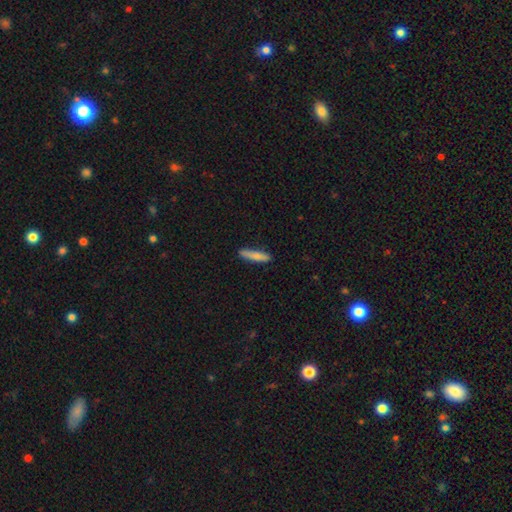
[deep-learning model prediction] This appears to be a smooth galaxy with no disk features (82%) that is cigar-shaped (87%). Merging: none (85%).